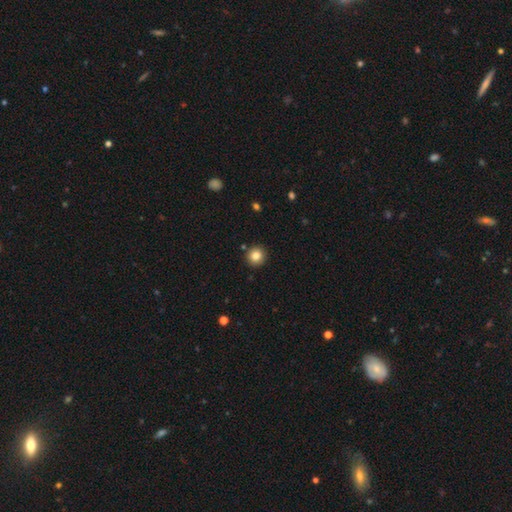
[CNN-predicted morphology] Smooth or featured? smooth (84%)
How rounded? round (93%)
Merging? none (91%)